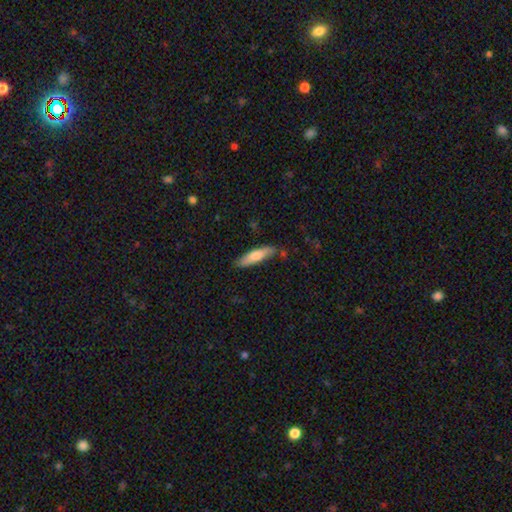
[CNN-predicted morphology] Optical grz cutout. It shows a smooth galaxy with no disk features (72%) that is cigar-shaped (75%). Merging: none (80%).